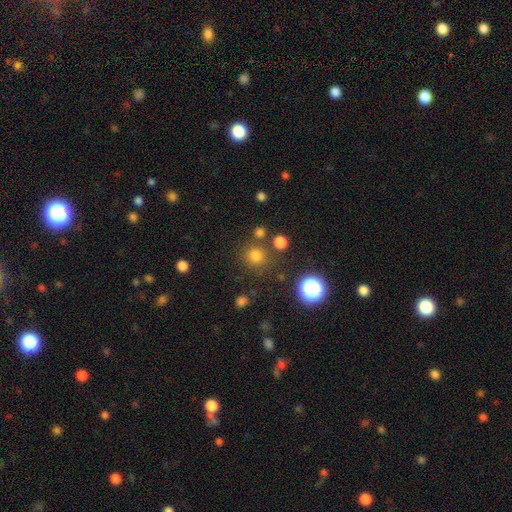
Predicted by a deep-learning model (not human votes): smooth-or-featured: smooth: 75% | star or artifact: 19% | featured or disk: 6%
  how-rounded: round: 92% | in between: 7% | cigar-shaped: 1%
  merging: none: 80% | minor disturbance: 8% | merger: 8% | major disturbance: 4%